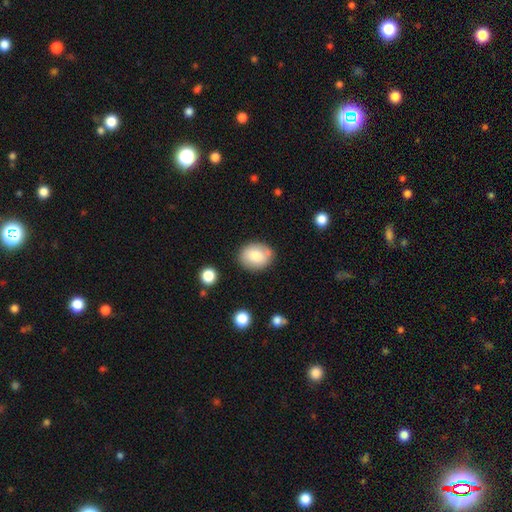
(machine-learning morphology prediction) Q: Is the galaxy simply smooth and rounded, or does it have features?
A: smooth — 79%.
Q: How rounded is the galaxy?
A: round — 50%.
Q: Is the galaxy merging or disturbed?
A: none — 78%.